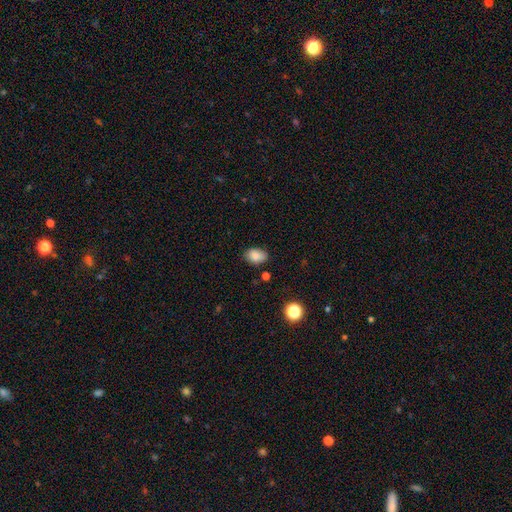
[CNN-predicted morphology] This appears to be a smooth galaxy with no disk features (86%) that is in between round and cigar-shaped (81%). Merging: none (79%).